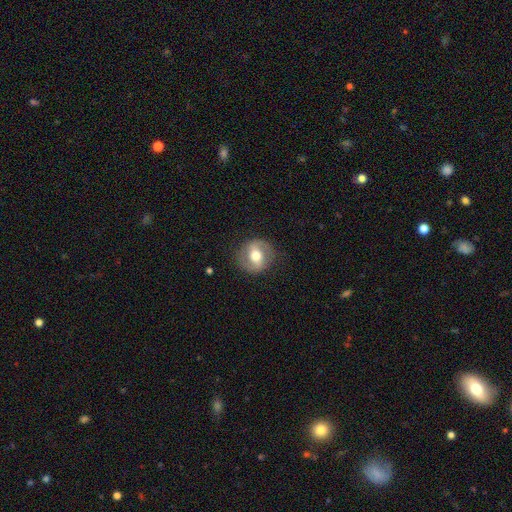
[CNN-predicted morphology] Q: Smooth or featured?
A: featured or disk (62%); runner-up: smooth (31%)
Q: Edge-on disk?
A: no (95%); runner-up: yes (5%)
Q: Bar?
A: strong (41%); runner-up: weak (38%)
Q: Spiral arms?
A: yes (65%); runner-up: no (35%)
Q: Bulge size?
A: moderate (66%); runner-up: large (23%)
Q: Merging?
A: none (83%); runner-up: minor disturbance (11%)